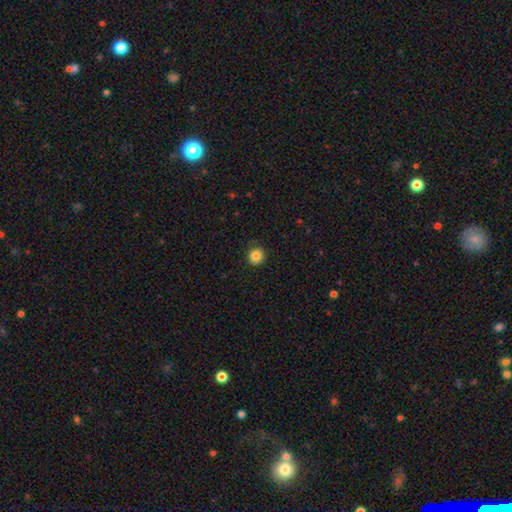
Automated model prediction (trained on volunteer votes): smooth_or_featured: smooth (p=0.84) [alt: star or artifact p=0.11]
how_rounded: round (p=0.92) [alt: in between p=0.07]
merging: none (p=0.86) [alt: minor disturbance p=0.10]